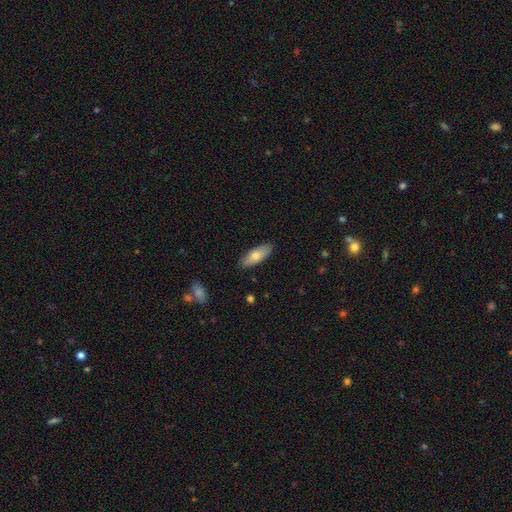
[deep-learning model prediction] Overall: smooth (71%). How rounded: in between (72%). Merging: none (88%).